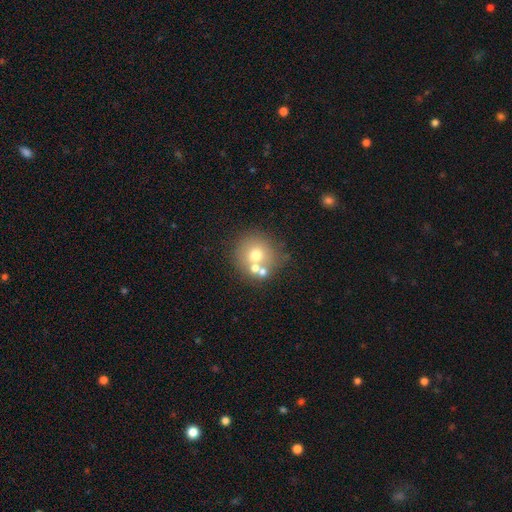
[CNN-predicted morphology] Overall: smooth (63%; featured or disk 24%). How rounded: round (88%). Merging: none (57%; merger 29%).